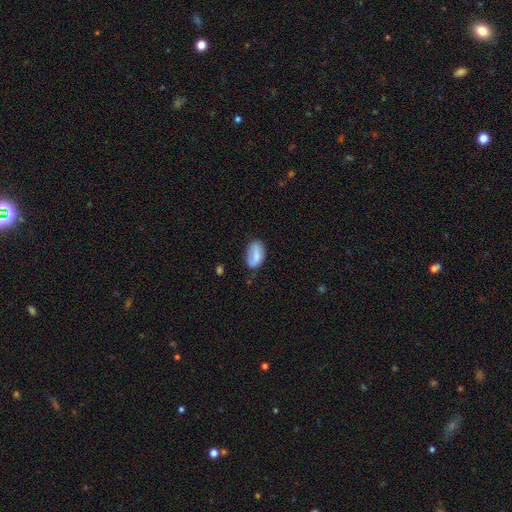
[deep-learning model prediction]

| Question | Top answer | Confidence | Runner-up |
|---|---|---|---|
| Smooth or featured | smooth | 73% | featured or disk (20%) |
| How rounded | in between | 92% | round (5%) |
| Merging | none | 63% | minor disturbance (27%) |